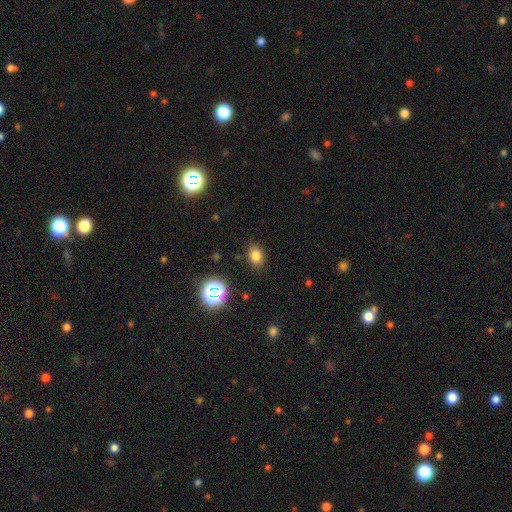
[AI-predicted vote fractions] Q: Smooth or featured?
A: smooth (77%); runner-up: star or artifact (16%)
Q: How rounded?
A: in between (70%); runner-up: round (29%)
Q: Merging?
A: none (85%); runner-up: minor disturbance (11%)